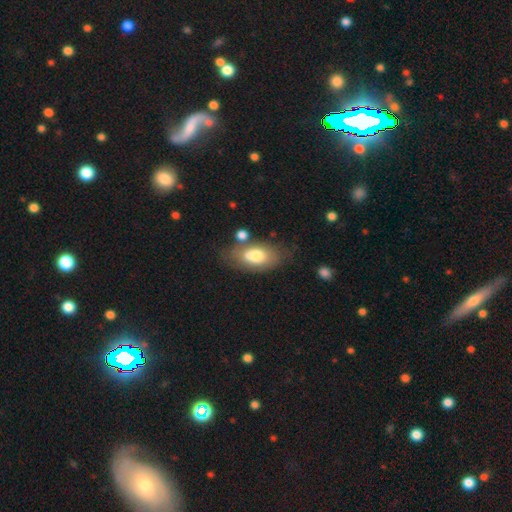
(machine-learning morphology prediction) A smooth galaxy with no disk features (70%) that is in between round and cigar-shaped (89%).

Vote fractions:
- Smooth or featured? smooth: 70% / featured or disk: 22% / star or artifact: 8%
- How rounded? in between: 89% / round: 7% / cigar-shaped: 4%
- Merging? none: 54% / minor disturbance: 19% / merger: 19% / major disturbance: 8%